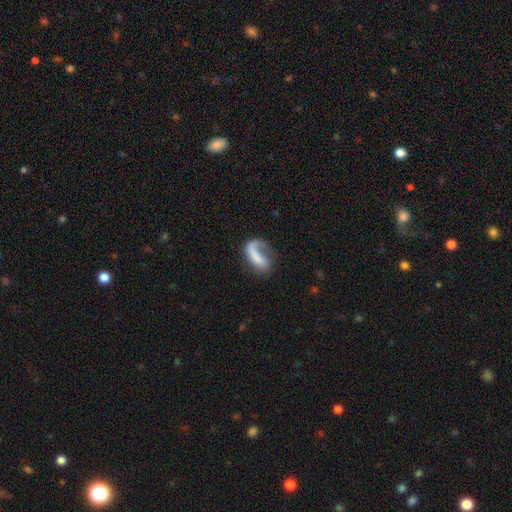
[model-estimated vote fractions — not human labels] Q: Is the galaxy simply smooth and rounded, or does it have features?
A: smooth — 48%.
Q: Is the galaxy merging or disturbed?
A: major disturbance — 44%.